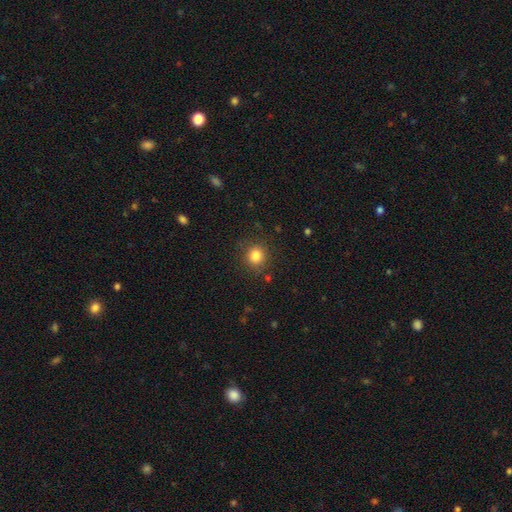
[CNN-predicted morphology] smooth 83%, star or artifact 12%, featured or disk 5%. Down the decision tree: how rounded — round (88%); merging — none (86%).